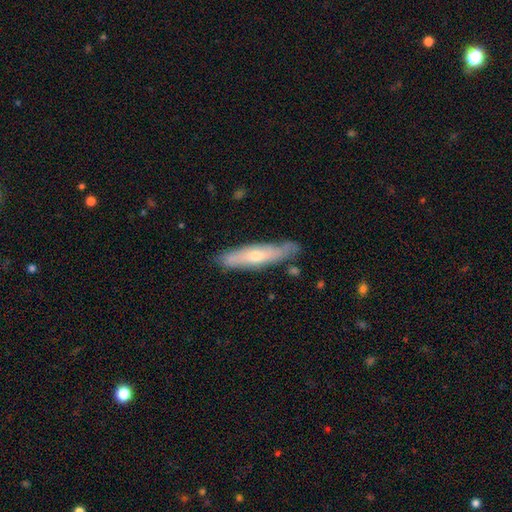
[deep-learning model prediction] Smooth or featured?
  - featured or disk: 49% *
  - smooth: 44%
  - star or artifact: 7%
Merging?
  - none: 78% *
  - minor disturbance: 17%
  - major disturbance: 3%
  - merger: 2%